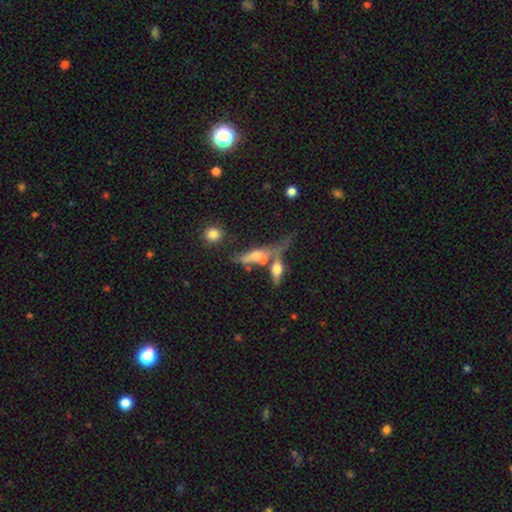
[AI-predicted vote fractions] Smooth or featured?
  - featured or disk: 46% *
  - smooth: 44%
  - star or artifact: 11%
Merging?
  - merger: 43% *
  - none: 28%
  - minor disturbance: 15%
  - major disturbance: 14%